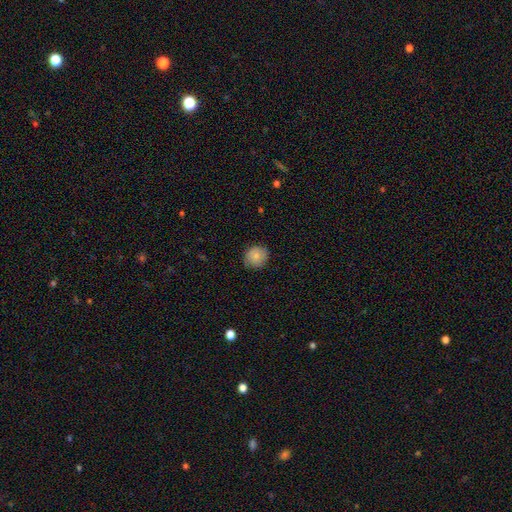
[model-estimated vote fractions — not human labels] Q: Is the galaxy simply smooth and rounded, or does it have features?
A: smooth — 82%.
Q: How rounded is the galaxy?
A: round — 85%.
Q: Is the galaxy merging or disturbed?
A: none — 82%.